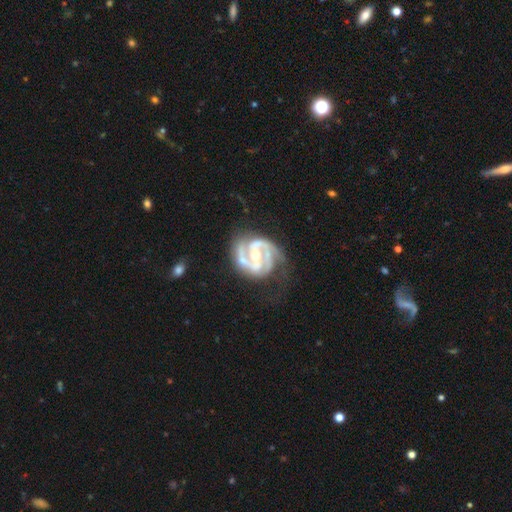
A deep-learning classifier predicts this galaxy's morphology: The model was most divided on "bar": strong: 39%, weak: 36%, no: 26%. Remaining: edge-on disk — no (98%); spiral arms — yes (98%); smooth or featured — featured or disk (93%); bulge size — moderate (65%); spiral arm count — 2 (65%); merging — none (59%); spiral winding — medium (48%).